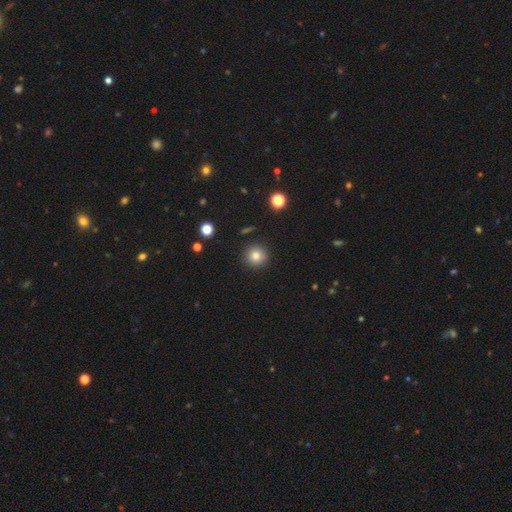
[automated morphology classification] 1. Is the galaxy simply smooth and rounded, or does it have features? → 82% smooth, 11% star or artifact, 7% featured or disk.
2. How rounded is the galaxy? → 94% round, 5% in between, 1% cigar-shaped.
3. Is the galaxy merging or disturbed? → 90% none, 6% minor disturbance, 2% major disturbance, 2% merger.